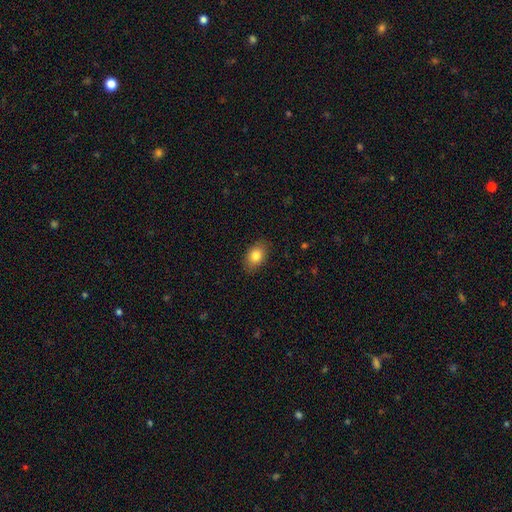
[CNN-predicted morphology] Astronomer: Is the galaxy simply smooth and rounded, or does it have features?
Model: smooth — 82%.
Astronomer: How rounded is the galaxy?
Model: in between — 82%.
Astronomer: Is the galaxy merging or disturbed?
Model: none — 86%.